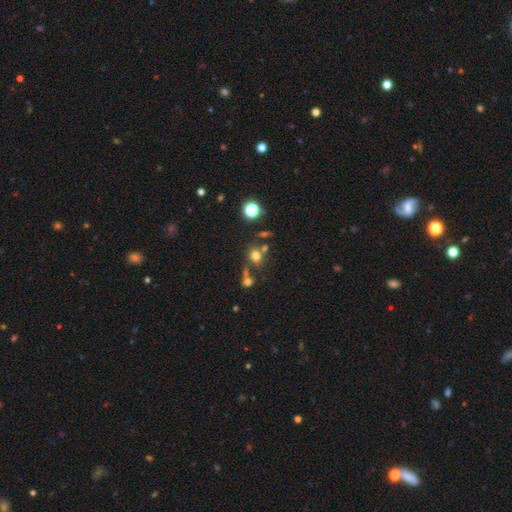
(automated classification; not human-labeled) Smooth or featured: smooth — 71% (star or artifact — 19%)
How rounded: round — 71% (in between — 28%)
Merging: none — 60% (merger — 22%)